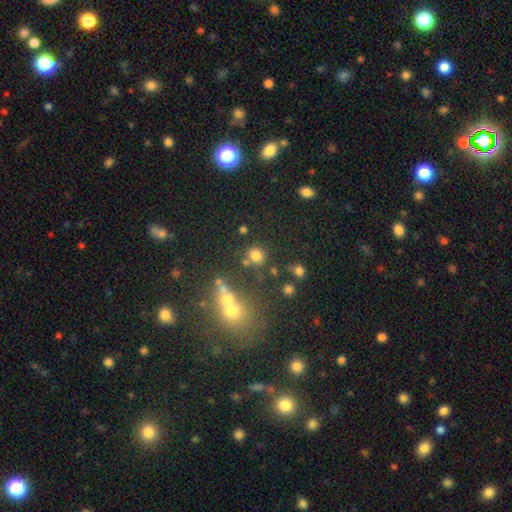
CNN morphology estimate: smooth-or-featured: smooth: 74% | star or artifact: 18% | featured or disk: 8%
  how-rounded: round: 80% | in between: 18% | cigar-shaped: 1%
  merging: none: 70% | merger: 14% | minor disturbance: 11% | major disturbance: 5%